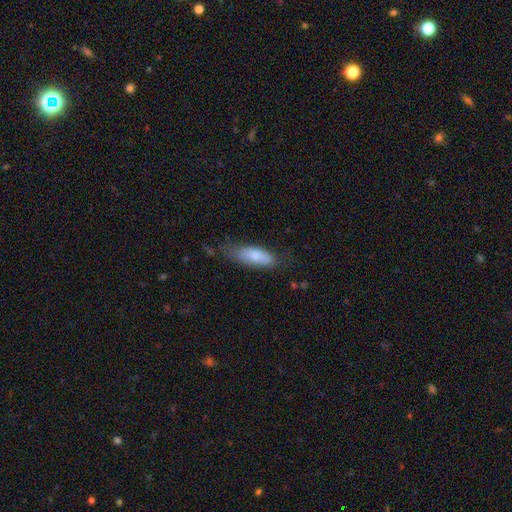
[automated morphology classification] The model was most divided on "merging": none: 56%, minor disturbance: 31%, major disturbance: 11%, merger: 3%. More confident: smooth or featured — smooth (79%); how rounded — in between (69%).